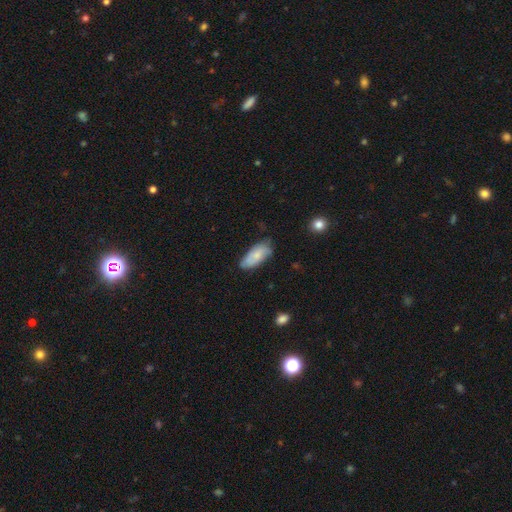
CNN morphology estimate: Smooth or featured? smooth (69%)
How rounded? in between (87%)
Merging? none (60%)